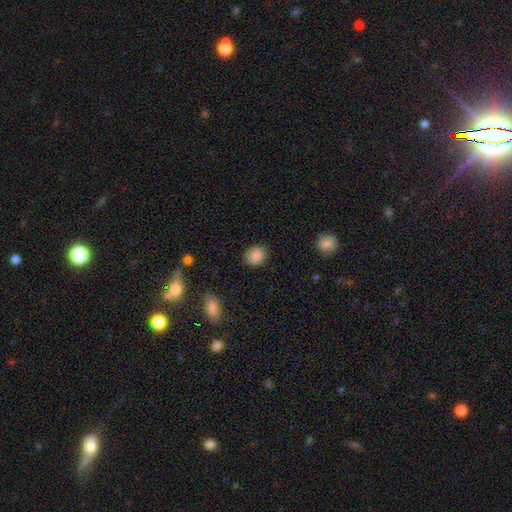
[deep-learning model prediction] Q: Smooth or featured?
A: smooth (87%); runner-up: star or artifact (9%)
Q: How rounded?
A: round (64%); runner-up: in between (35%)
Q: Merging?
A: none (85%); runner-up: minor disturbance (11%)